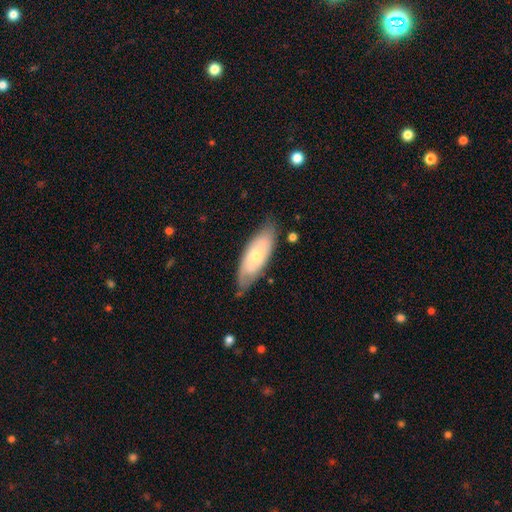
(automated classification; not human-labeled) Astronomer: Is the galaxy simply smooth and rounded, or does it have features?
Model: featured or disk — 47%, tied with smooth at 47%.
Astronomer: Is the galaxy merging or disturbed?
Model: none — 74%.